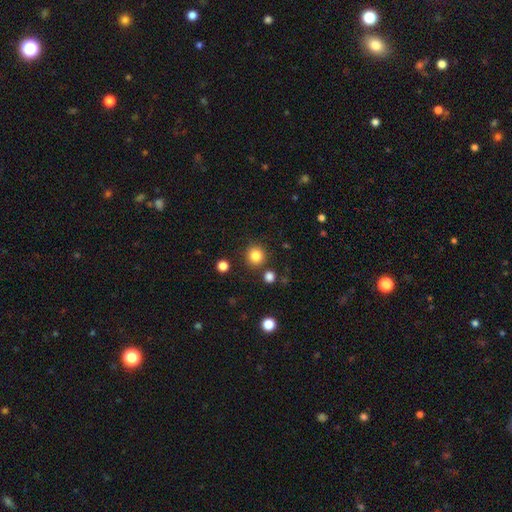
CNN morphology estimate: A smooth galaxy with no disk features (84%) that is round (92%). Merging: none (86%).